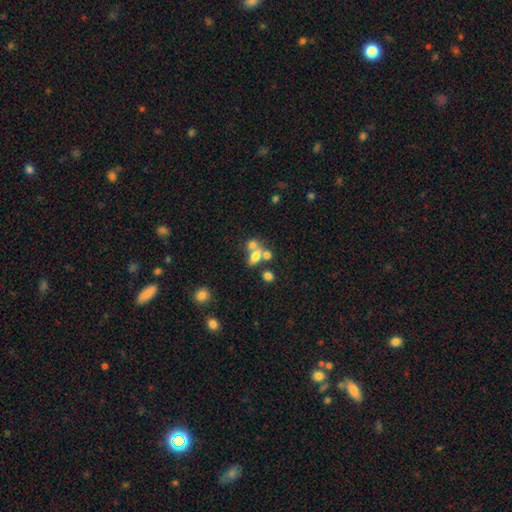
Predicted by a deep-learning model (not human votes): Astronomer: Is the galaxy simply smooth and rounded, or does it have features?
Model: smooth — 66%.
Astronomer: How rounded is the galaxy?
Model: in between — 70%.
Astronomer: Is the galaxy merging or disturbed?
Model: merger — 54% (runner-up: none, 31%).